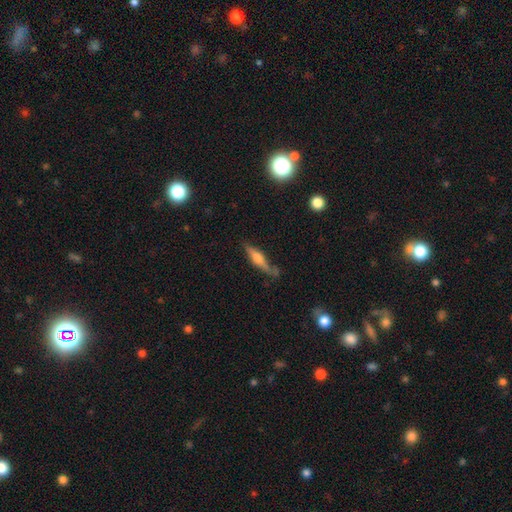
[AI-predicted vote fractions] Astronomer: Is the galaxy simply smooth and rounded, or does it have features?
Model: featured or disk — 52% (runner-up: smooth, 39%).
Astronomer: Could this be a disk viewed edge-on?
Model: yes — 90%.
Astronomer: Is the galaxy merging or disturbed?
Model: none — 62%.